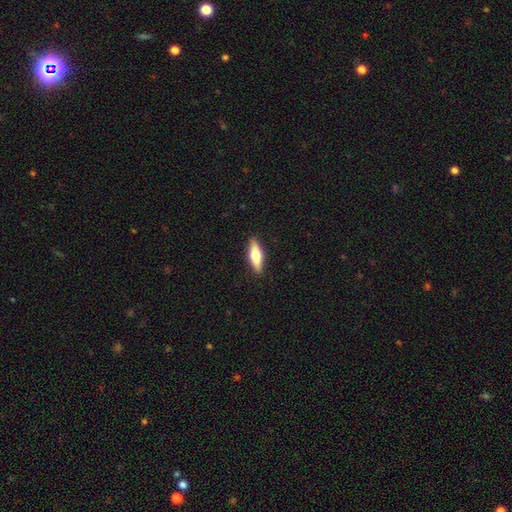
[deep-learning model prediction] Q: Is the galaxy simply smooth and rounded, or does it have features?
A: smooth — 55%.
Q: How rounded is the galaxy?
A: cigar-shaped — 53%.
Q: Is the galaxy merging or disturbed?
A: none — 90%.